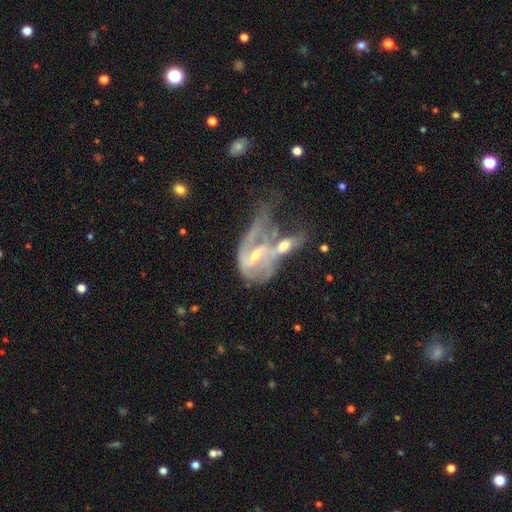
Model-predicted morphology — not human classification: The model was most divided on "bulge size": small: 50%, moderate: 43%, none: 3%, large: 2%, dominant: 1%. Remaining: edge-on disk — no (94%); spiral arms — yes (81%); smooth or featured — featured or disk (80%); spiral arm count — 2 (55%); merging — merger (52%); bar — weak (43%); spiral winding — medium (40%).